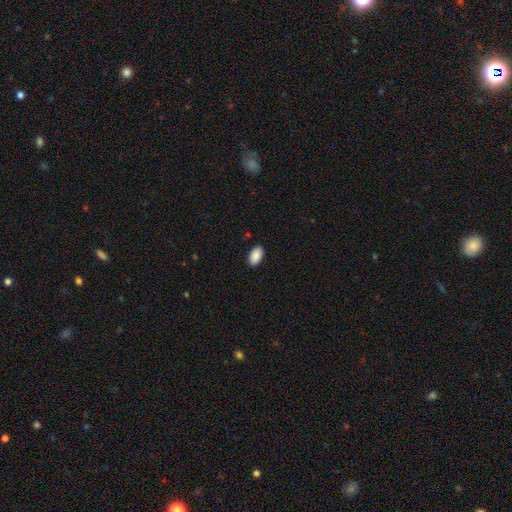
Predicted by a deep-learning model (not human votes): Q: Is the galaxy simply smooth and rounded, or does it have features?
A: smooth — 89%.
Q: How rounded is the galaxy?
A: in between — 94%.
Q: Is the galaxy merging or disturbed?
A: none — 88%.